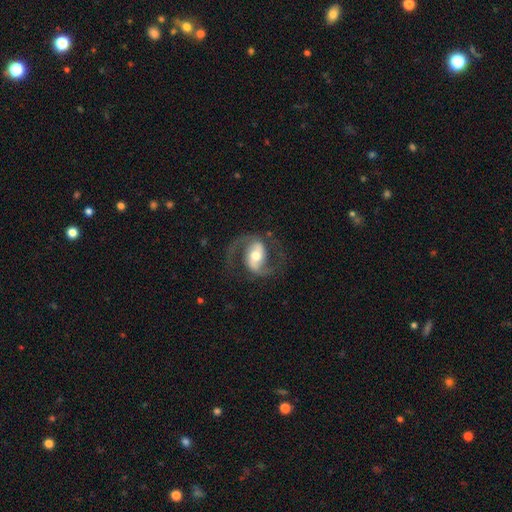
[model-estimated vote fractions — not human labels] Smooth or featured? featured or disk (88%)
Edge-on disk? no (97%)
Bar? weak (39%)
Spiral arms? yes (96%)
Spiral winding? medium (55%)
Spiral arm count? 2 (93%)
Bulge size? moderate (66%)
Merging? none (75%)